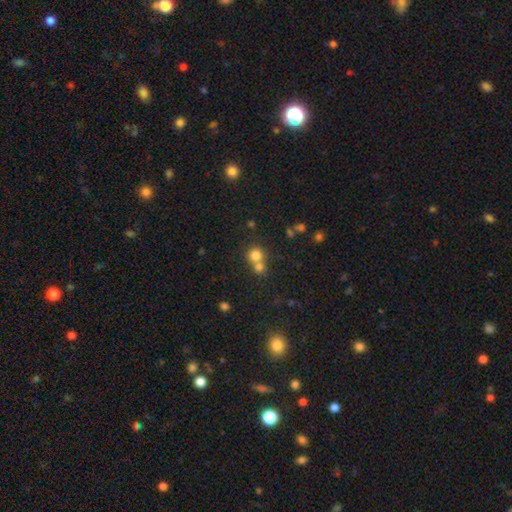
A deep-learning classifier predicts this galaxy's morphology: A smooth galaxy with no disk features (76%) that is round (87%). Merging: merger (49%).